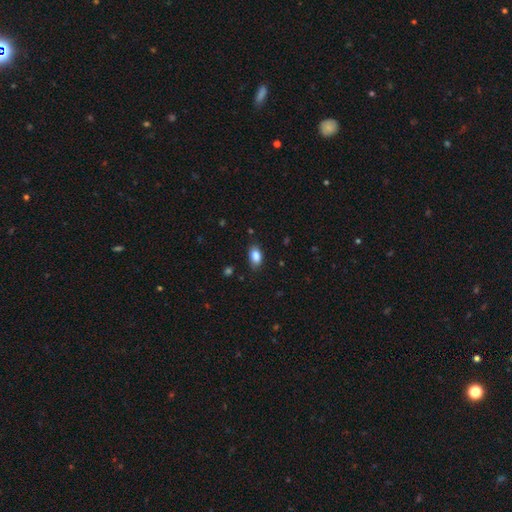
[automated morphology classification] Smooth or featured?
  - smooth: 87% *
  - star or artifact: 8%
  - featured or disk: 5%
How rounded?
  - in between: 90% *
  - round: 7%
  - cigar-shaped: 3%
Merging?
  - none: 83% *
  - minor disturbance: 14%
  - major disturbance: 3%
  - merger: 1%